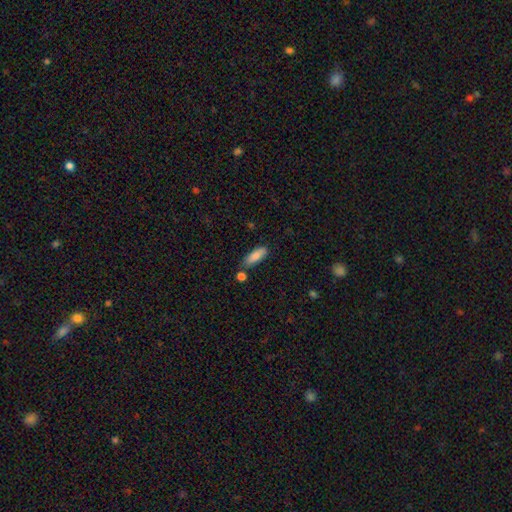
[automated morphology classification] This appears to be a smooth galaxy with no disk features (84%) that is in between round and cigar-shaped (56%). Merging: none (75%).